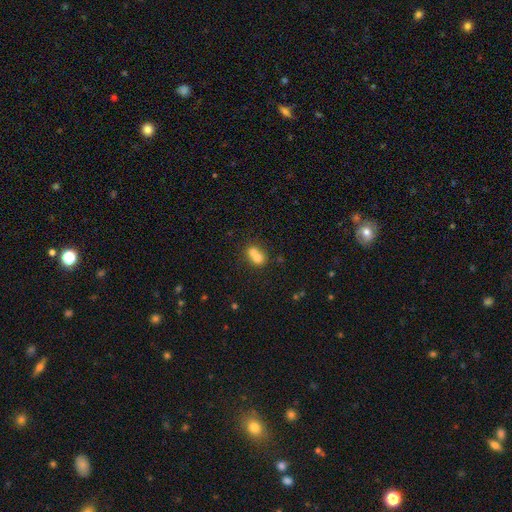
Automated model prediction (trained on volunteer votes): This is likely a smooth galaxy (69%). How rounded: likely round (63%). Merging: likely merger (69%).